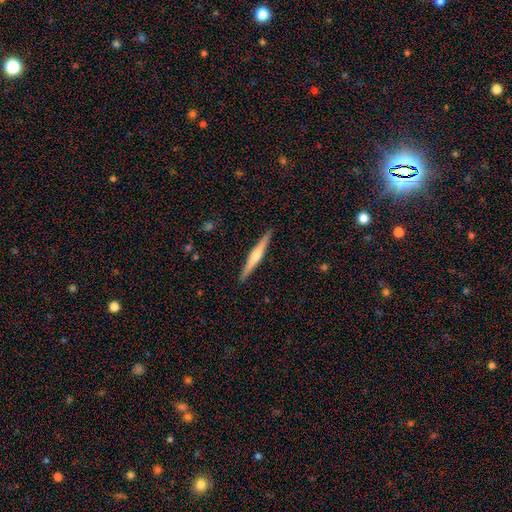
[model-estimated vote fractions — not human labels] smooth_or_featured: featured or disk (p=0.66) [alt: smooth p=0.29]
disk_edge_on: yes (p=0.98) [alt: no p=0.02]
edge_on_bulge: rounded (p=0.81) [alt: none p=0.13]
merging: none (p=0.92) [alt: minor disturbance p=0.06]